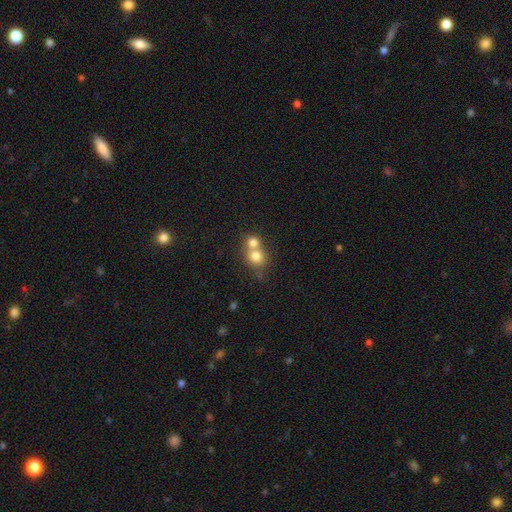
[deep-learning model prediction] smooth_or_featured: smooth (p=0.77) [alt: featured or disk p=0.13]
how_rounded: round (p=0.82) [alt: in between p=0.17]
merging: merger (p=0.61) [alt: none p=0.32]